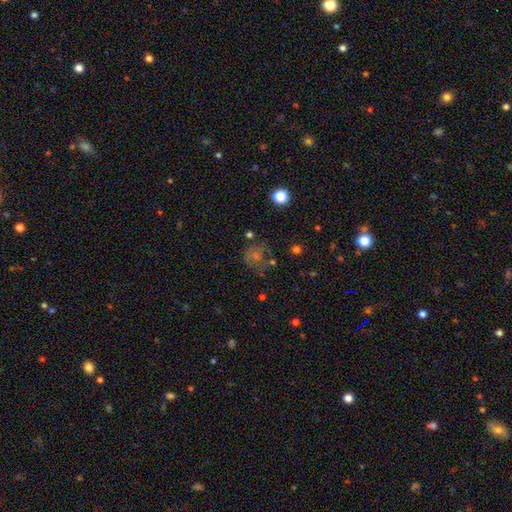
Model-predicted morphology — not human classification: Overall: smooth (43%; star or artifact 29%). Merging: none (55%; minor disturbance 21%).